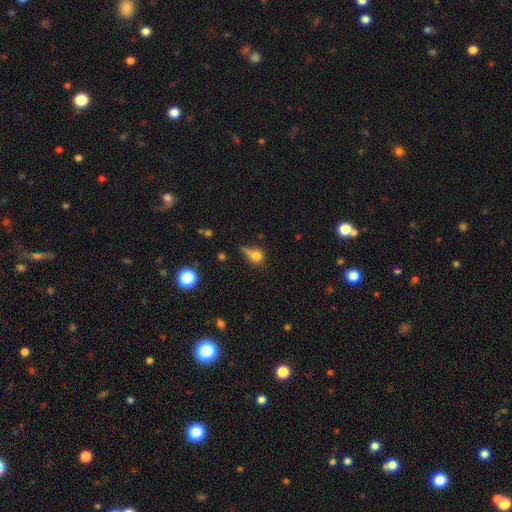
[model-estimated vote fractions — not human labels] smooth-or-featured: smooth: 72% | featured or disk: 14% | star or artifact: 13%
  how-rounded: round: 63% | in between: 32% | cigar-shaped: 5%
  merging: none: 36% | minor disturbance: 27% | major disturbance: 23% | merger: 15%